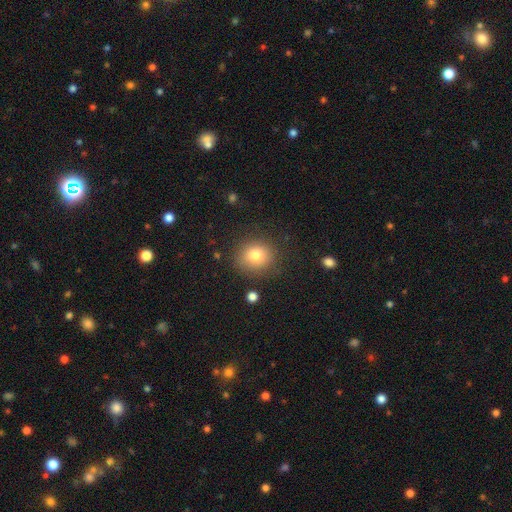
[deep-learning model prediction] A smooth galaxy with no disk features (79%) that is round (80%). Merging: none (83%).